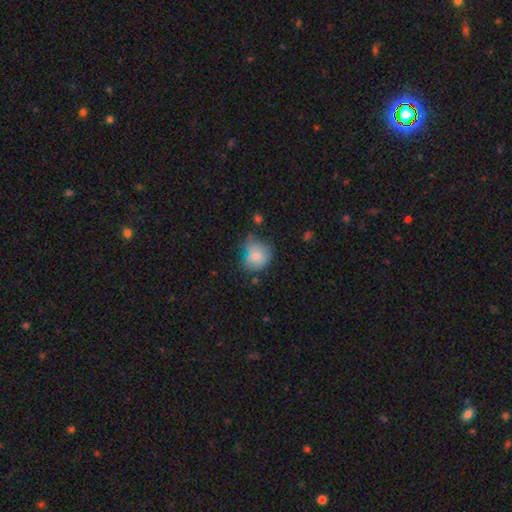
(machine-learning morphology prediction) Overall: smooth (77%). How rounded: round (66%; in between 33%). Merging: none (46%; minor disturbance 33%).